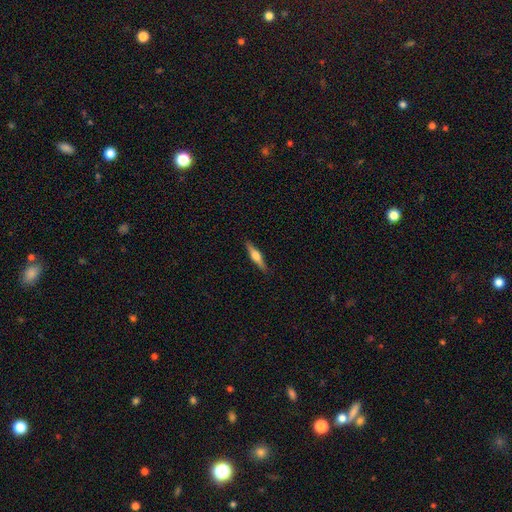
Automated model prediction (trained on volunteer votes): Smooth or featured?
  - featured or disk: 61% *
  - smooth: 33%
  - star or artifact: 6%
Edge-on disk?
  - yes: 97% *
  - no: 3%
Edge-on bulge?
  - rounded: 92% *
  - boxy: 5%
  - none: 2%
Merging?
  - none: 90% *
  - minor disturbance: 8%
  - major disturbance: 2%
  - merger: 1%